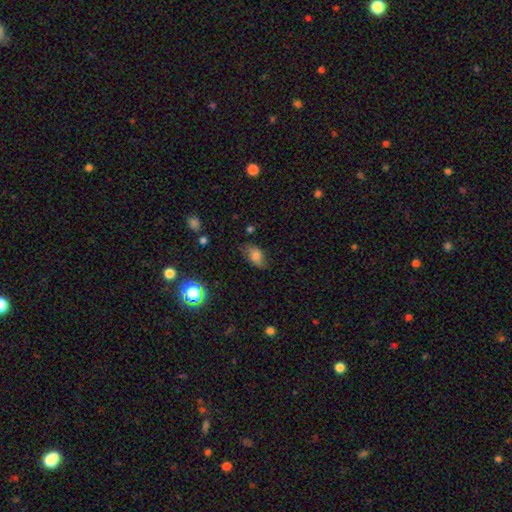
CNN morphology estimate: A smooth galaxy with no disk features (69%) that is in between round and cigar-shaped (86%).

Vote fractions:
- Smooth or featured? smooth: 69% / featured or disk: 18% / star or artifact: 13%
- How rounded? in between: 86% / round: 12% / cigar-shaped: 3%
- Merging? none: 67% / minor disturbance: 24% / major disturbance: 7% / merger: 2%